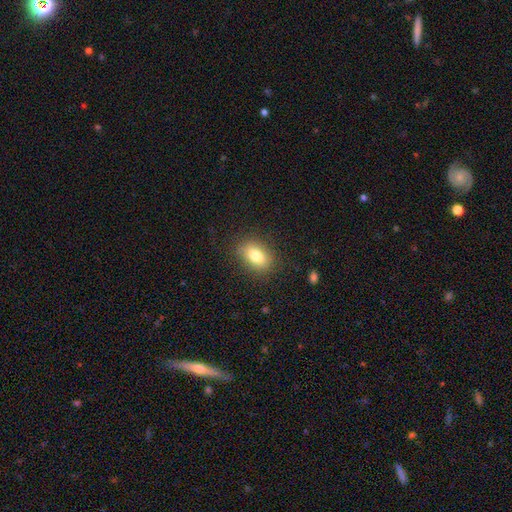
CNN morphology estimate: A smooth galaxy with no disk features (80%) that is in between round and cigar-shaped (82%). Merging: none (84%).